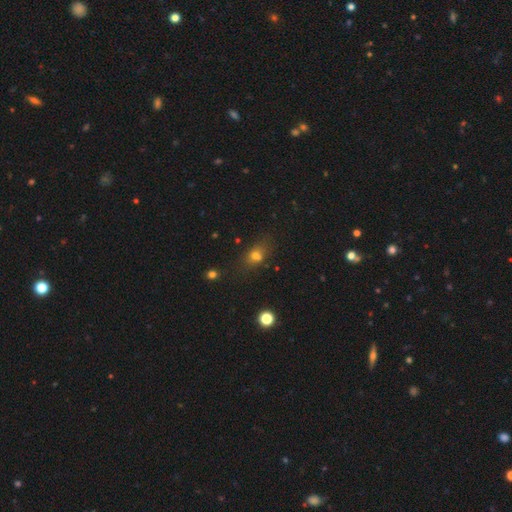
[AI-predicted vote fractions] Morphology: type=smooth (68%); roundness=in between (60%); merging=none (61%).